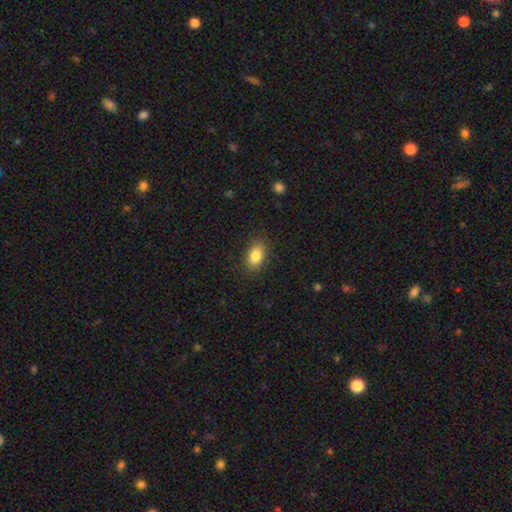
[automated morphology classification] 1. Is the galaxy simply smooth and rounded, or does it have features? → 85% smooth, 8% star or artifact, 7% featured or disk.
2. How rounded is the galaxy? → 88% in between, 10% round, 2% cigar-shaped.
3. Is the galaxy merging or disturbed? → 86% none, 10% minor disturbance, 3% major disturbance, 1% merger.